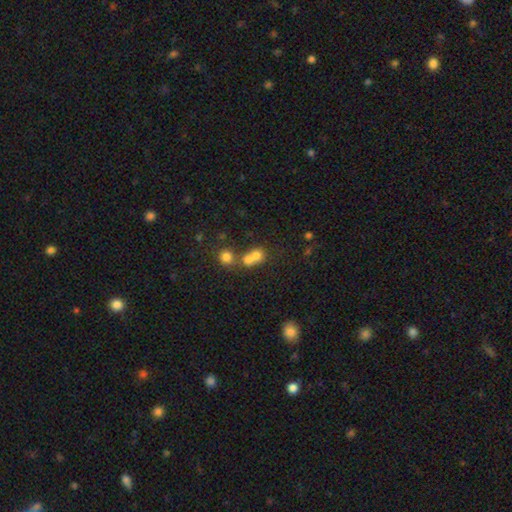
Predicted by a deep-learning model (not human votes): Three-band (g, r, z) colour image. It shows a smooth galaxy with no disk features (70%) that is round (77%). Merging: merger (59%).